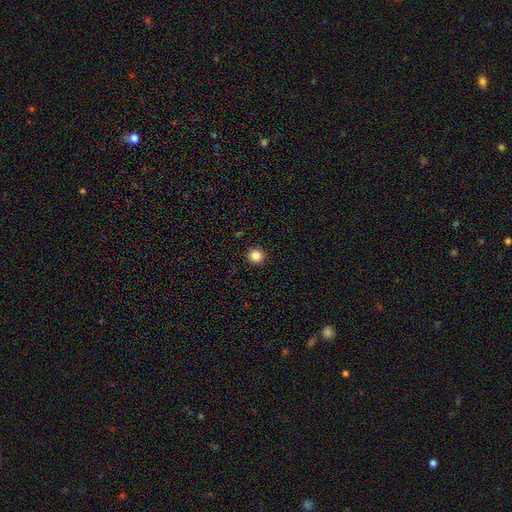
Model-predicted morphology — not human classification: Smooth or featured? smooth (85%)
How rounded? round (93%)
Merging? none (93%)